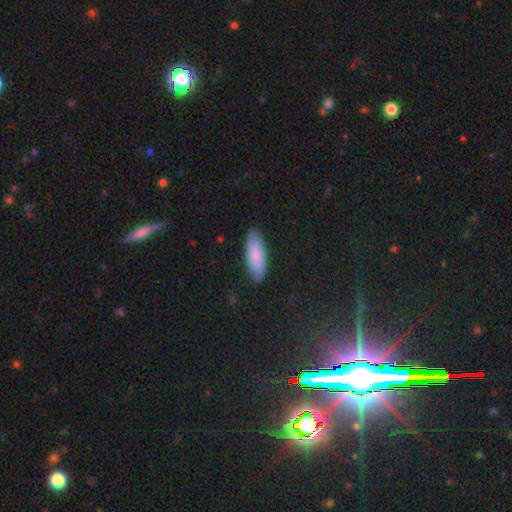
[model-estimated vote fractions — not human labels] Smooth or featured? smooth (83%)
How rounded? in between (71%)
Merging? none (87%)